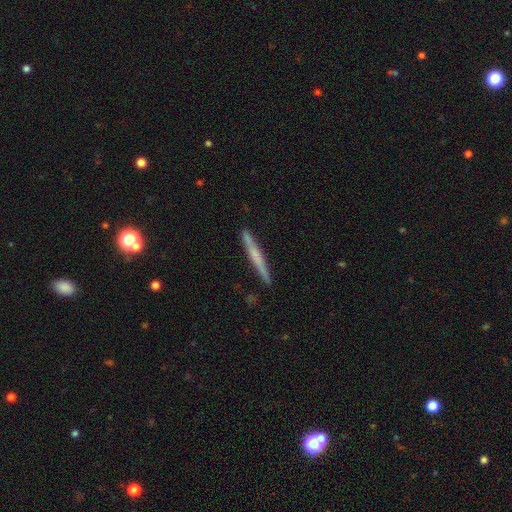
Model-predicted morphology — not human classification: This is possibly a featured or disk galaxy (51%). It is clearly viewed edge-on (97%). Merging: clearly none (88%).